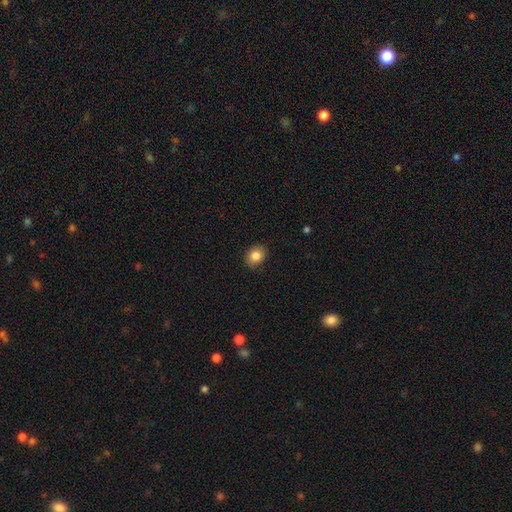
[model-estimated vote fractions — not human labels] smooth 84%, star or artifact 9%, featured or disk 7%. Down the decision tree: how rounded — round (51%); merging — none (89%).